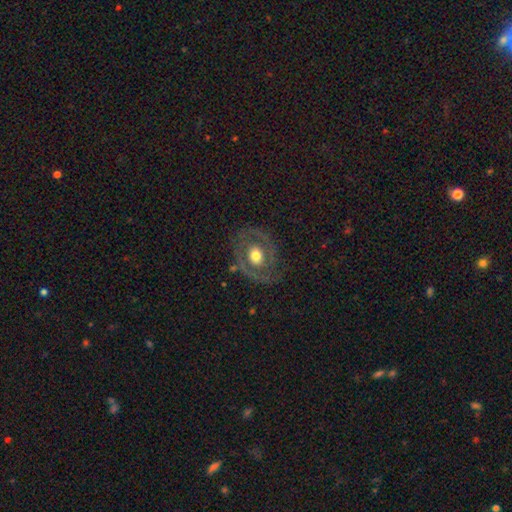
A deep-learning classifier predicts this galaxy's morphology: Smooth or featured? Predicted: featured or disk (p=0.69). Edge-on disk? Predicted: no (p=0.96). Bar? Predicted: no (p=0.75). Spiral arms? Predicted: yes (p=0.56). Bulge size? Predicted: moderate (p=0.63). Merging? Predicted: none (p=0.74).